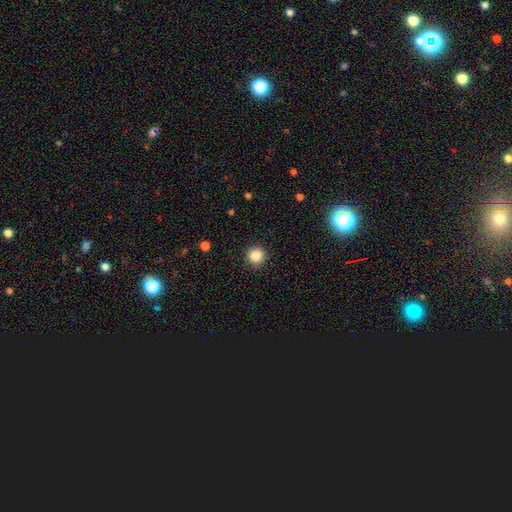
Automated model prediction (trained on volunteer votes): smooth 85%, star or artifact 11%, featured or disk 4%. Down the decision tree: how rounded — round (95%); merging — none (92%).